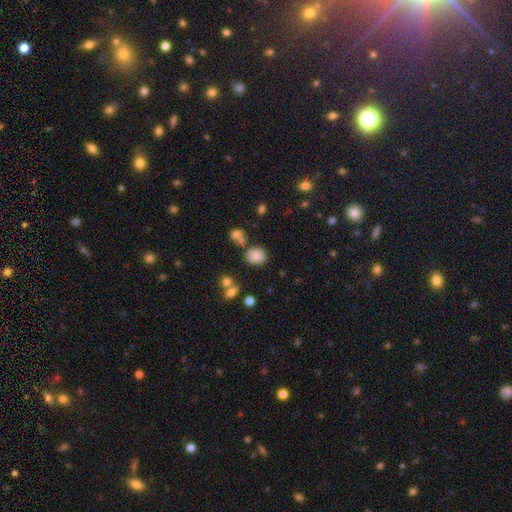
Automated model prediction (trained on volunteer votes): Smooth or featured: smooth — 77% (star or artifact — 13%)
How rounded: round — 64% (in between — 35%)
Merging: none — 64% (minor disturbance — 19%)